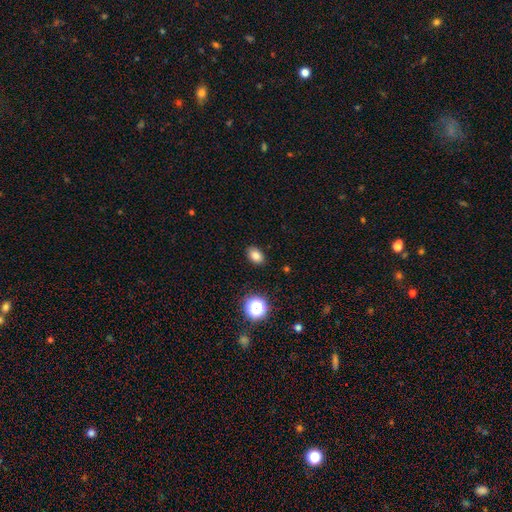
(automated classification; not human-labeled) Q: Smooth or featured?
A: smooth (81%); runner-up: star or artifact (12%)
Q: How rounded?
A: in between (81%); runner-up: round (17%)
Q: Merging?
A: none (88%); runner-up: minor disturbance (9%)